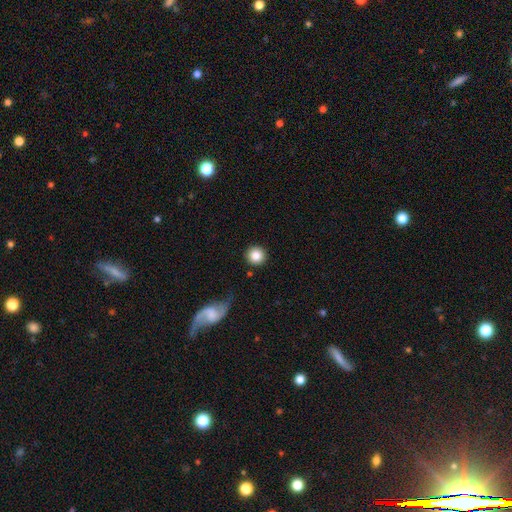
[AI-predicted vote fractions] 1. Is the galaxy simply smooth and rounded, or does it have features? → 85% smooth, 9% star or artifact, 7% featured or disk.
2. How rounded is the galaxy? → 95% round, 4% in between, 1% cigar-shaped.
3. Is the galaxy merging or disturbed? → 87% none, 7% minor disturbance, 3% major disturbance, 3% merger.